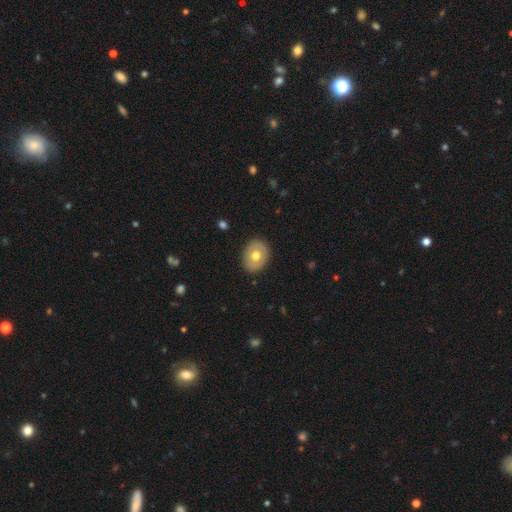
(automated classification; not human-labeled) Smooth or featured? smooth (56%)
How rounded? in between (55%)
Merging? none (87%)